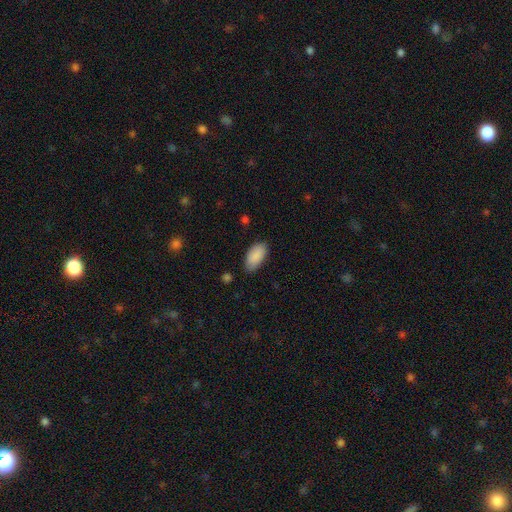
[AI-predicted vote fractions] Smooth or featured: smooth — 90% (star or artifact — 6%)
How rounded: in between — 95% (cigar-shaped — 3%)
Merging: none — 81% (minor disturbance — 15%)